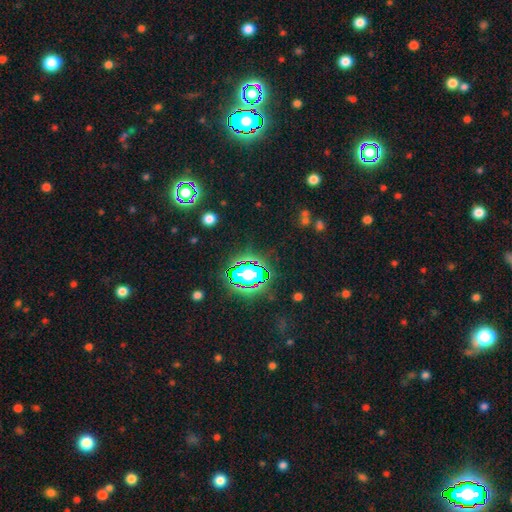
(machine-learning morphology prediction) smooth_or_featured: star or artifact (p=0.81) [alt: smooth p=0.12]